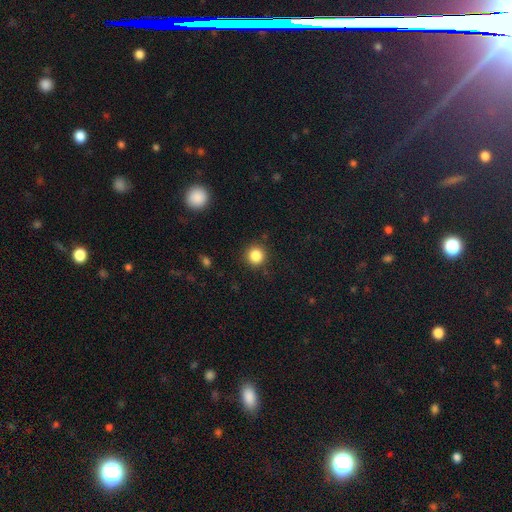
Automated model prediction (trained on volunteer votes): smooth_or_featured: smooth (p=0.84) [alt: star or artifact p=0.11]
how_rounded: round (p=0.94) [alt: in between p=0.05]
merging: none (p=0.90) [alt: minor disturbance p=0.07]